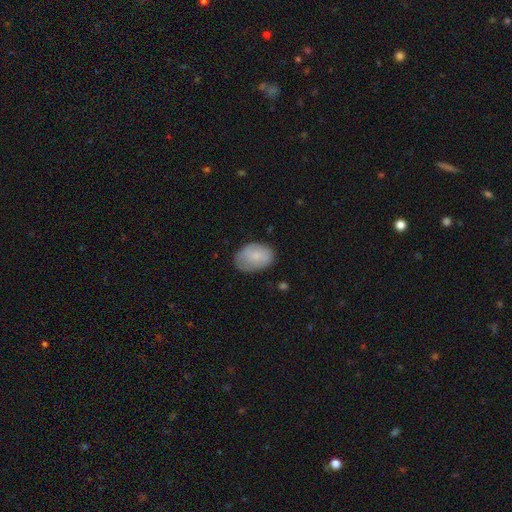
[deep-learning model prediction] Smooth or featured? Predicted: smooth (p=0.77). How rounded? Predicted: in between (p=0.82). Merging? Predicted: none (p=0.70).